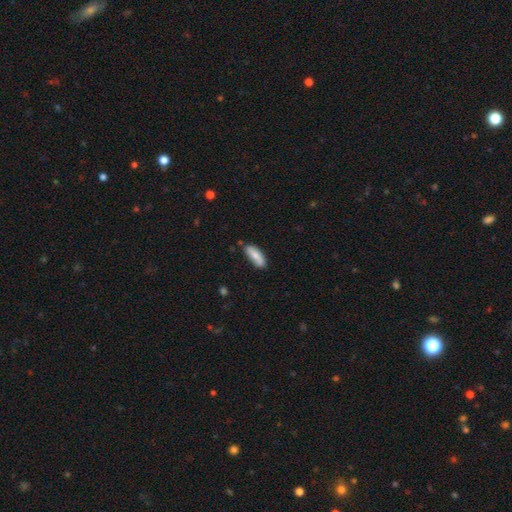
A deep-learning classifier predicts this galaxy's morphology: Smooth or featured? smooth (74%)
How rounded? in between (67%)
Merging? none (73%)